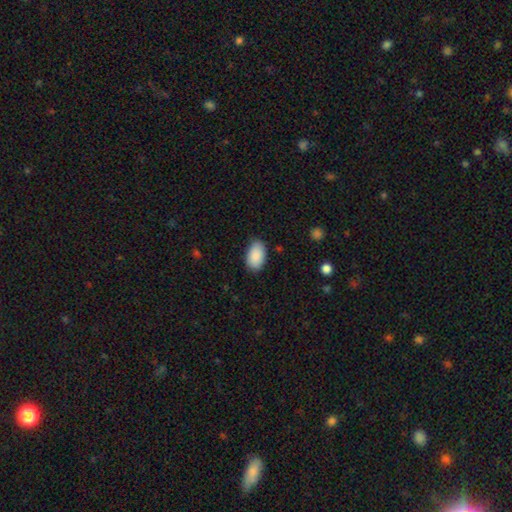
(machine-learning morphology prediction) Q: Smooth or featured?
A: smooth (90%); runner-up: star or artifact (6%)
Q: How rounded?
A: in between (94%); runner-up: round (5%)
Q: Merging?
A: none (80%); runner-up: minor disturbance (16%)